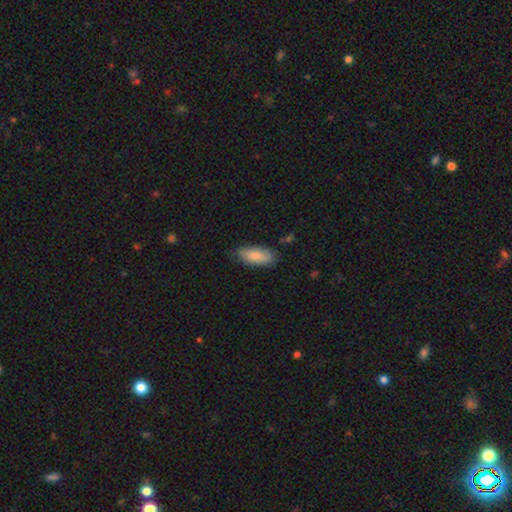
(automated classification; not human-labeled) The model was most divided on "merging": none: 76%, minor disturbance: 19%, major disturbance: 3%, merger: 2%. More confident: how rounded — in between (82%); smooth or featured — smooth (81%).